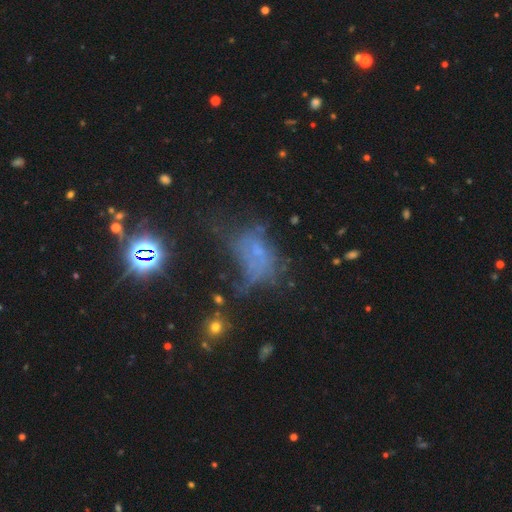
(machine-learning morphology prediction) Smooth or featured?
  - featured or disk: 34% * (tied)
  - star or artifact: 34% * (tied)
  - smooth: 32%
Merging?
  - major disturbance: 41% *
  - none: 27%
  - minor disturbance: 21%
  - merger: 10%